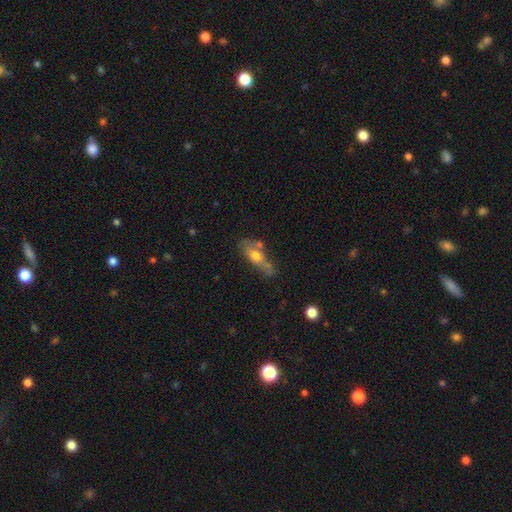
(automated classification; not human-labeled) This is possibly a smooth galaxy (57%). How rounded: possibly in between (58%). Merging: possibly none (48%).